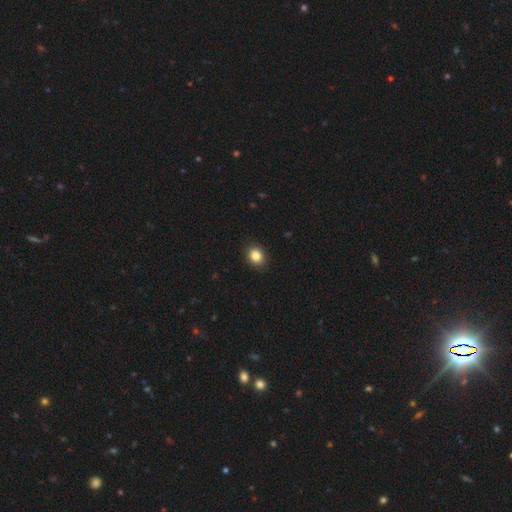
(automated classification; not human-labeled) Smooth or featured? smooth (85%)
How rounded? round (57%)
Merging? none (89%)